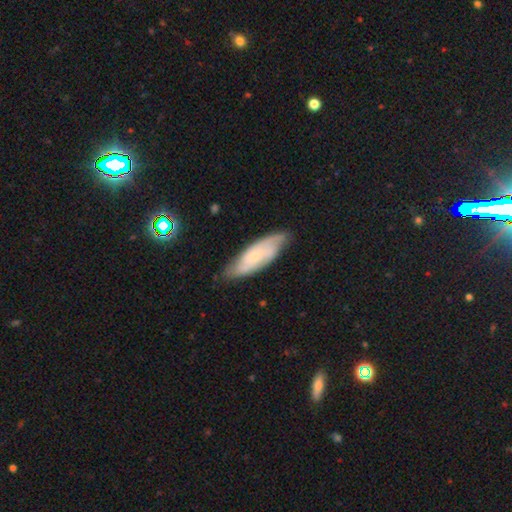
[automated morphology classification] Smooth or featured? Predicted: featured or disk (p=0.57). Edge-on disk? Predicted: no (p=0.81). Merging? Predicted: none (p=0.74).